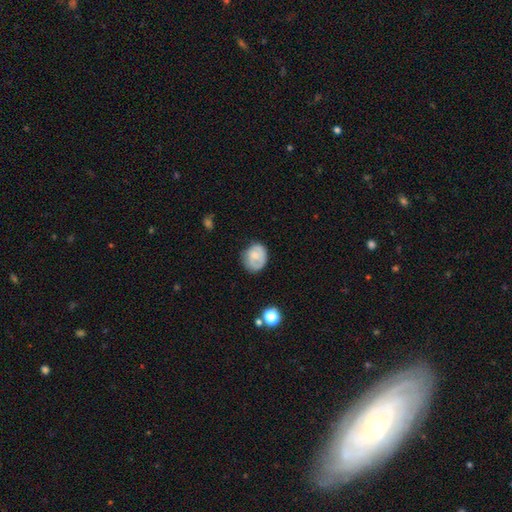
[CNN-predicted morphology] This is likely a smooth galaxy (60%). How rounded: possibly round (56%). Merging: likely none (62%).